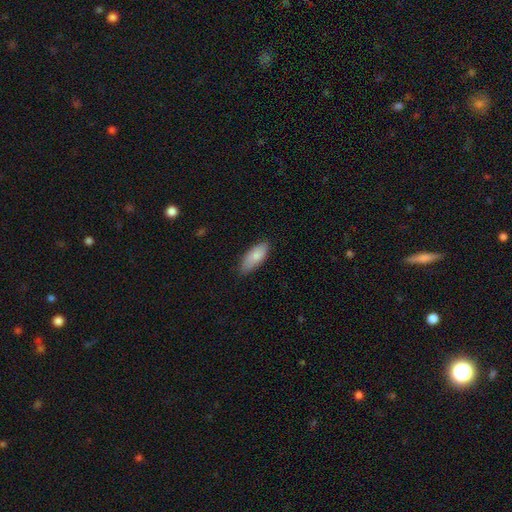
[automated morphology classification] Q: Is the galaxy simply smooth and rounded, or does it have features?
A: smooth — 83%.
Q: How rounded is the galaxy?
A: in between — 78%.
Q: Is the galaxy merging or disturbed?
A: none — 78%.